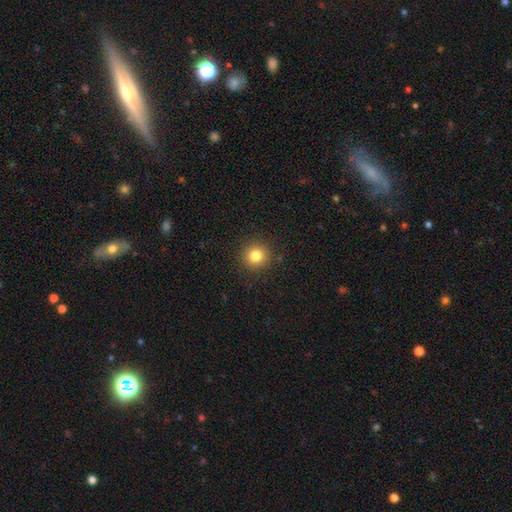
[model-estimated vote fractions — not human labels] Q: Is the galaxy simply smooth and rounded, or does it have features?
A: smooth — 81%.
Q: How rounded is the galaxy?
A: round — 93%.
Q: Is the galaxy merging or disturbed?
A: none — 91%.